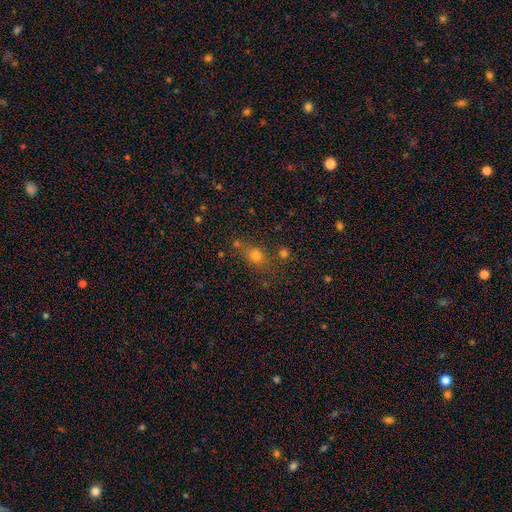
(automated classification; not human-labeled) smooth-or-featured: smooth: 69% | star or artifact: 21% | featured or disk: 10%
  how-rounded: round: 52% | in between: 44% | cigar-shaped: 4%
  merging: none: 67% | minor disturbance: 14% | merger: 13% | major disturbance: 6%